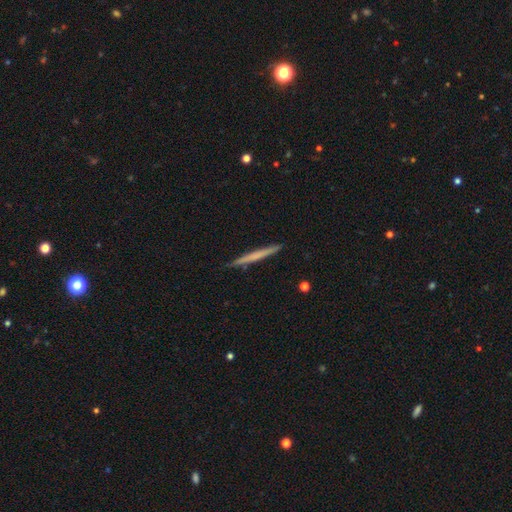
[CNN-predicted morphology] smooth-or-featured: smooth: 52% | featured or disk: 42% | star or artifact: 5%
  how-rounded: cigar-shaped: 97% | in between: 2% | round: 1%
  merging: none: 91% | minor disturbance: 6% | major disturbance: 1% | merger: 1%